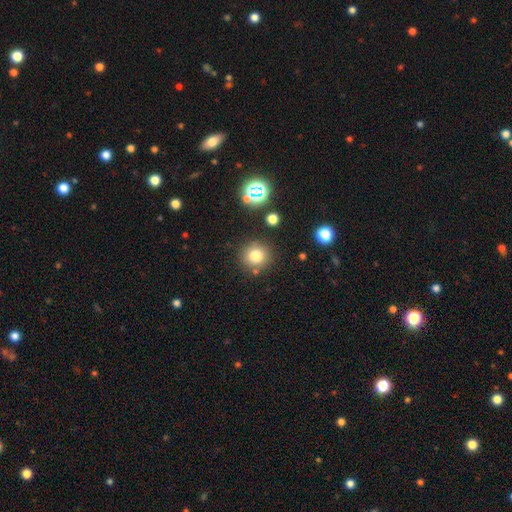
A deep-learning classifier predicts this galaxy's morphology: type=smooth (77%); roundness=round (91%); merging=none (83%).